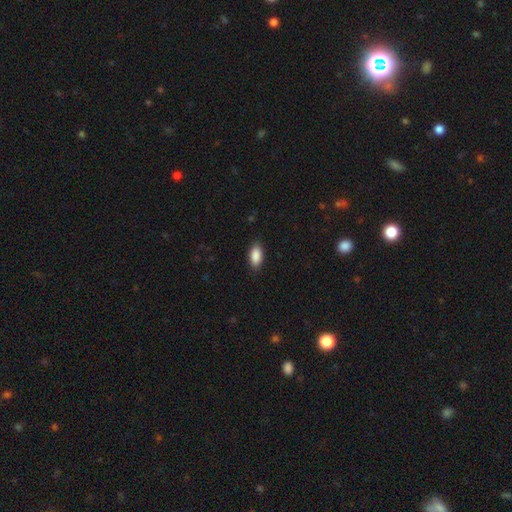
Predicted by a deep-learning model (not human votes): Smooth or featured? Predicted: smooth (p=0.90). How rounded? Predicted: in between (p=0.92). Merging? Predicted: none (p=0.87).